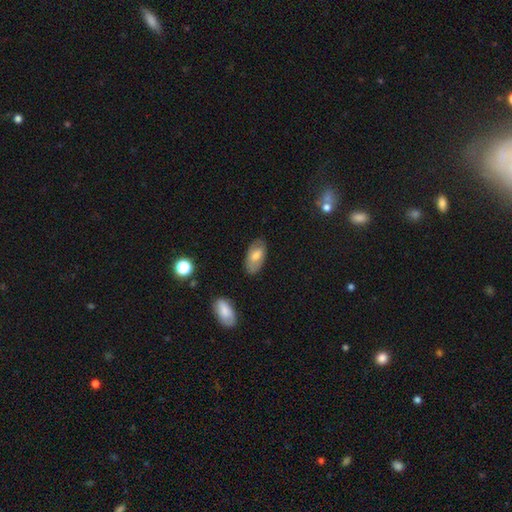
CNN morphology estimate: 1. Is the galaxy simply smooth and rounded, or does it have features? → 70% smooth, 24% featured or disk, 7% star or artifact.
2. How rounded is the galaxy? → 94% in between, 3% cigar-shaped, 3% round.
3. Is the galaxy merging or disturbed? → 79% none, 16% minor disturbance, 4% major disturbance, 2% merger.